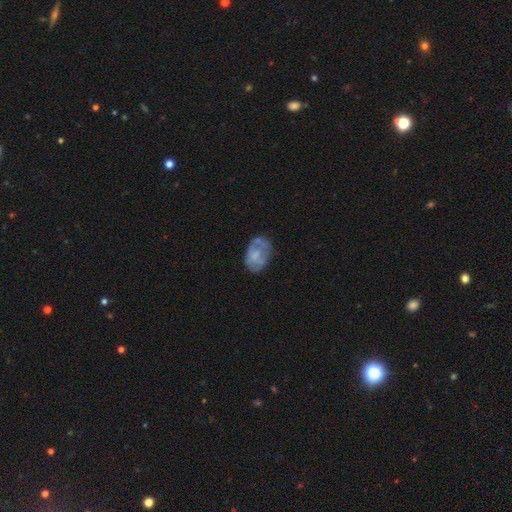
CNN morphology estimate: Smooth or featured? Predicted: smooth (p=0.48). Merging? Predicted: none (p=0.52).